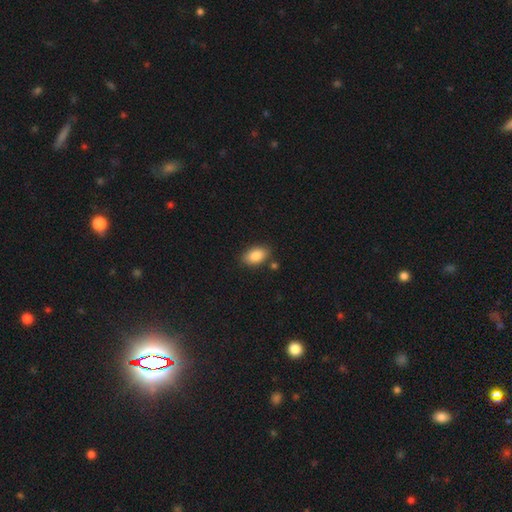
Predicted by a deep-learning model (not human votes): smooth 87%, star or artifact 7%, featured or disk 6%. Down the decision tree: how rounded — in between (91%); merging — none (81%).